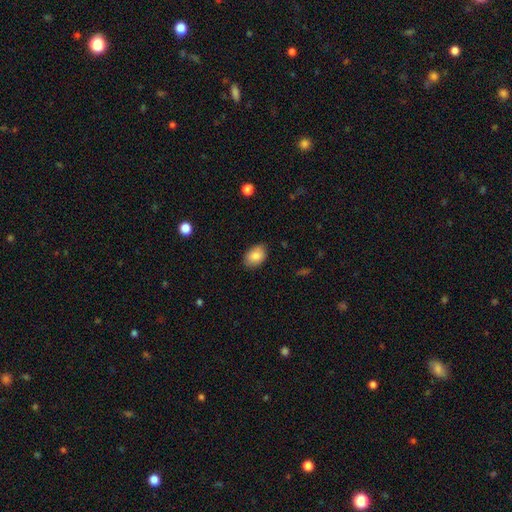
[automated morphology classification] smooth 85%, featured or disk 8%, star or artifact 7%. Down the decision tree: how rounded — in between (83%); merging — none (82%).